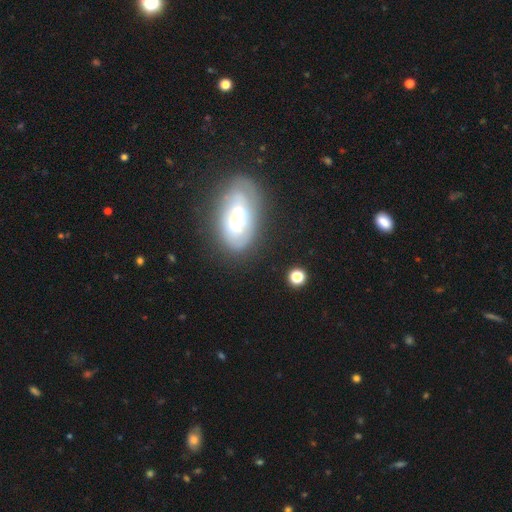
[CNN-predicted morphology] Overall: smooth (46%; featured or disk 39%). Merging: none (77%).